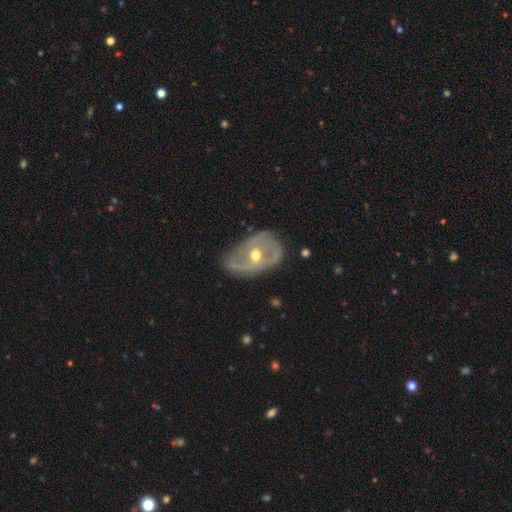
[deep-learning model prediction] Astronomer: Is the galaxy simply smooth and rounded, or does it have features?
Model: featured or disk — 80%.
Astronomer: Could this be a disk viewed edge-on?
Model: no — 94%.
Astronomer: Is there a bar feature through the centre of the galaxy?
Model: no — 49% (runner-up: weak, 33%).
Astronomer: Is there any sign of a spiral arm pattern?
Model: yes — 71%.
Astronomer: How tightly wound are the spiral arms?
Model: medium — 39% (runner-up: tight, 31%).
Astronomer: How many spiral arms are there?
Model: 2 — 64%.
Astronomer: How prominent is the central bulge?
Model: moderate — 72%.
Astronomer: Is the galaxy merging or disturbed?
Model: none — 67%.